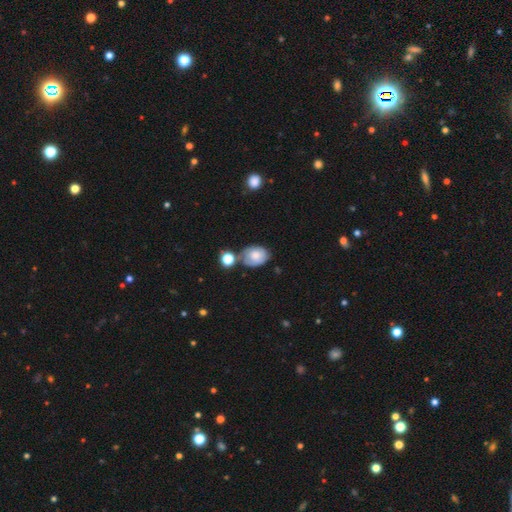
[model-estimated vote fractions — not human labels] A smooth galaxy with no disk features (64%) that is in between round and cigar-shaped (70%). Merging: none (50%).